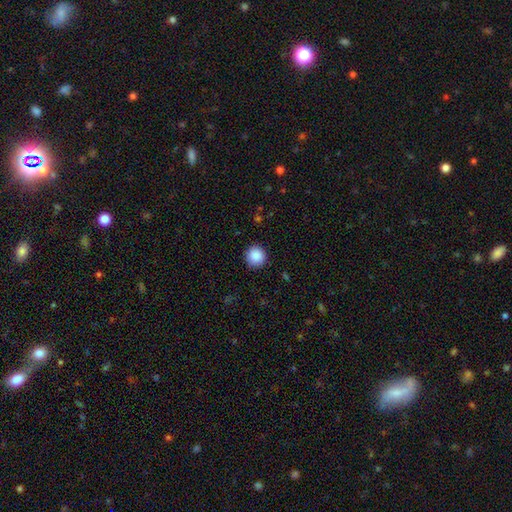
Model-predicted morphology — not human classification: Smooth or featured?
  - smooth: 89% *
  - star or artifact: 8%
  - featured or disk: 3%
How rounded?
  - round: 94% *
  - in between: 5%
  - cigar-shaped: 1%
Merging?
  - none: 91% *
  - minor disturbance: 6%
  - major disturbance: 2%
  - merger: 1%